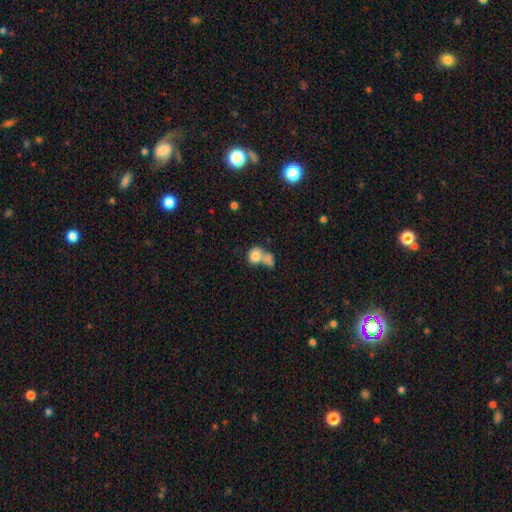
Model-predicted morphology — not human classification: A smooth galaxy with no disk features (78%) that is round (62%).

Vote fractions:
- Smooth or featured? smooth: 78% / featured or disk: 13% / star or artifact: 9%
- How rounded? round: 62% / in between: 37% / cigar-shaped: 2%
- Merging? merger: 59% / none: 23% / minor disturbance: 9% / major disturbance: 9%